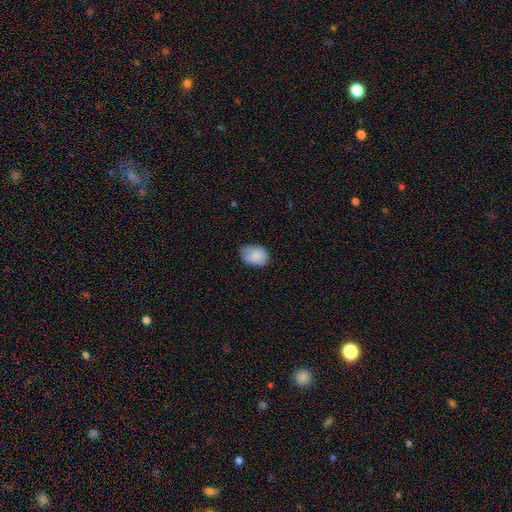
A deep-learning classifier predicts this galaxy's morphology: This appears to be a smooth galaxy with no disk features (83%) that is in between round and cigar-shaped (76%). Merging: none (65%).